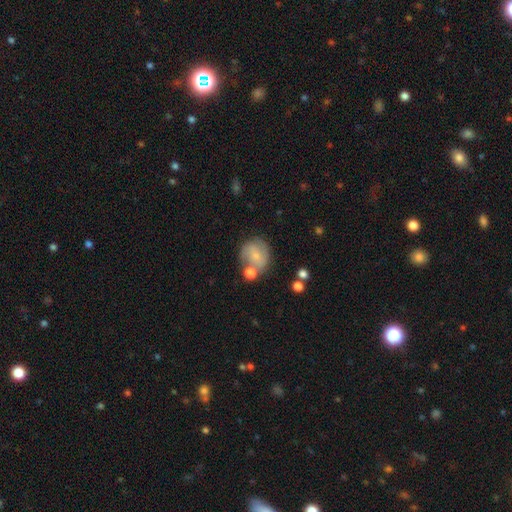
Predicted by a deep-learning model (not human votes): A smooth galaxy with no disk features (49%). Merging: none (54%).